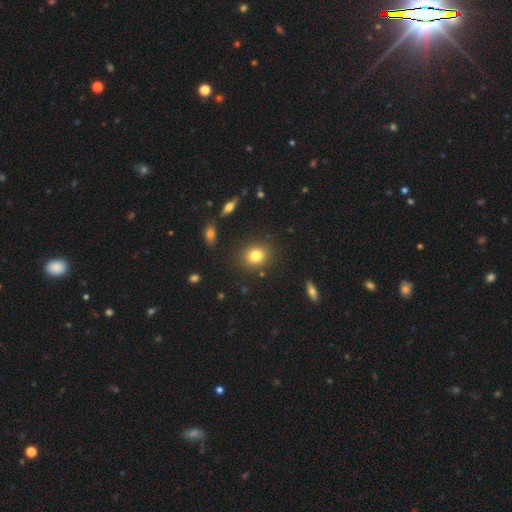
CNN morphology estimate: Smooth or featured? smooth (80%)
How rounded? round (71%)
Merging? none (87%)